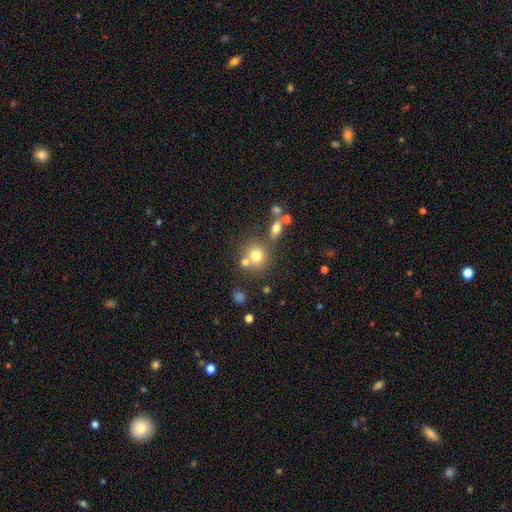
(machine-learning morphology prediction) smooth 73%, featured or disk 13%, star or artifact 13%. Down the decision tree: how rounded — round (86%); merging — none (57%).